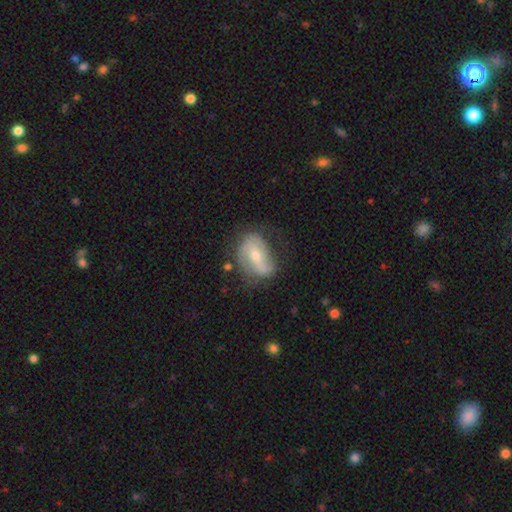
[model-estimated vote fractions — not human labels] Morphology: type=featured or disk (65%); edge-on=no (94%); bar=weak (36%); spiral arms=yes (78%); bulge=moderate (49%); merging=none (54%).